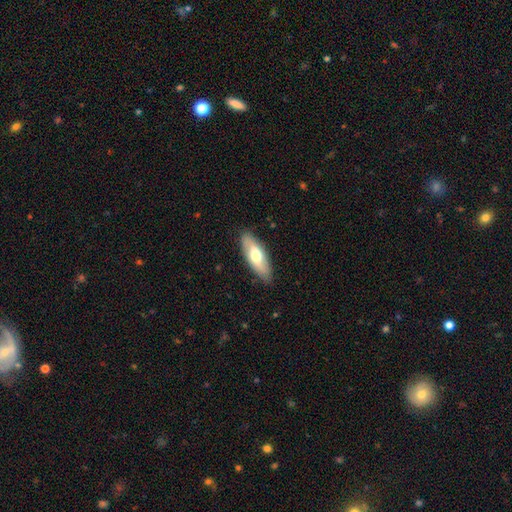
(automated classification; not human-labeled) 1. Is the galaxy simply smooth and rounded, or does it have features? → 63% smooth, 32% featured or disk, 5% star or artifact.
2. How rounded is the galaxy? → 70% in between, 28% cigar-shaped, 2% round.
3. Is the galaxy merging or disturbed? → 86% none, 11% minor disturbance, 2% major disturbance, 1% merger.